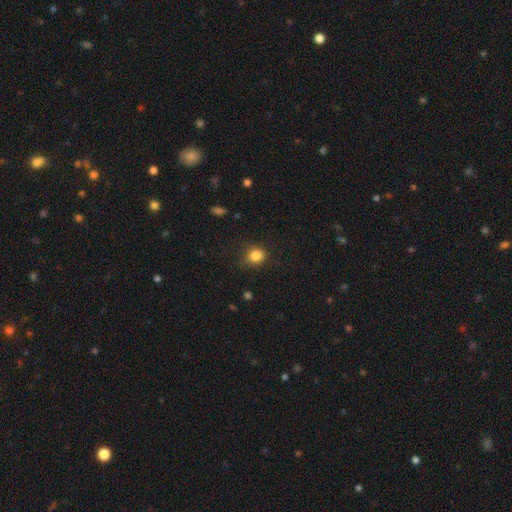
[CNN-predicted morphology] type=smooth (85%); roundness=round (73%); merging=none (76%).